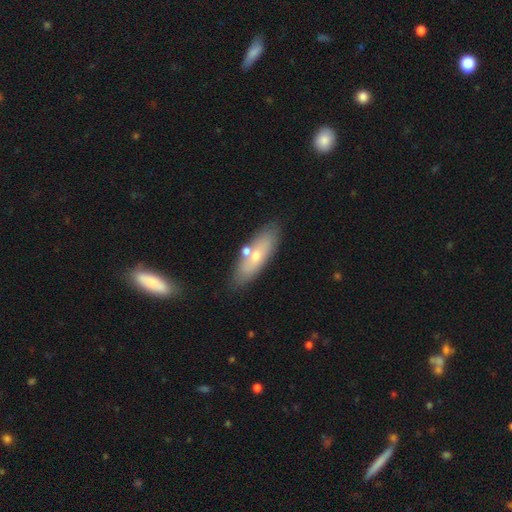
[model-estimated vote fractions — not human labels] Smooth or featured? Predicted: smooth (p=0.58). How rounded? Predicted: in between (p=0.55). Merging? Predicted: none (p=0.75).